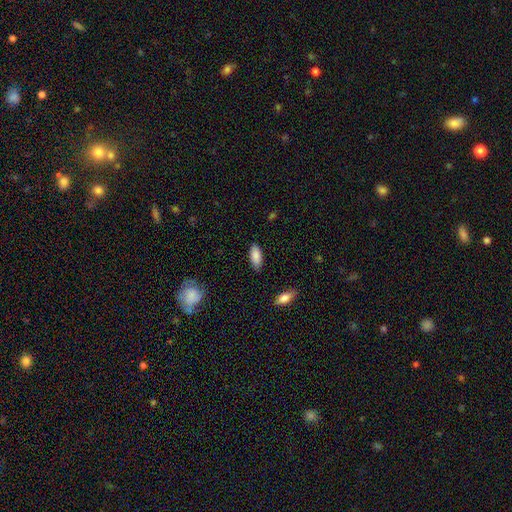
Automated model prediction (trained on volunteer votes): Morphology: type=smooth (86%); roundness=in between (86%); merging=none (85%).